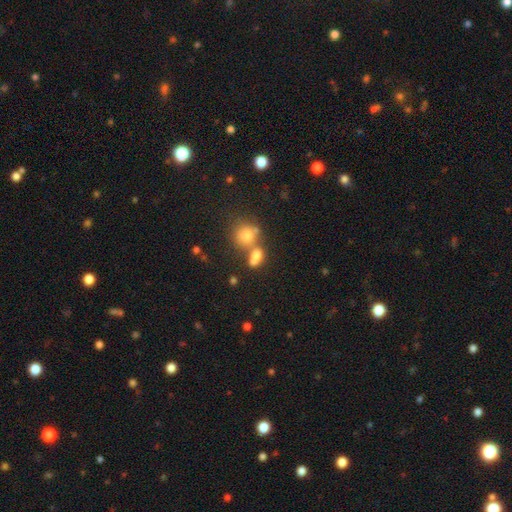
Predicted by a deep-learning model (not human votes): A smooth galaxy with no disk features (72%) that is in between round and cigar-shaped (60%).

Vote fractions:
- Smooth or featured? smooth: 72% / star or artifact: 15% / featured or disk: 13%
- How rounded? in between: 60% / round: 35% / cigar-shaped: 5%
- Merging? merger: 46% / none: 39% / minor disturbance: 10% / major disturbance: 5%